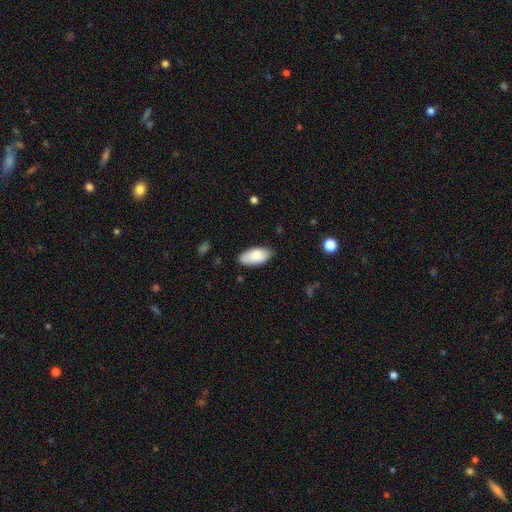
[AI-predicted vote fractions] Overall: smooth (86%). How rounded: in between (94%). Merging: none (82%).